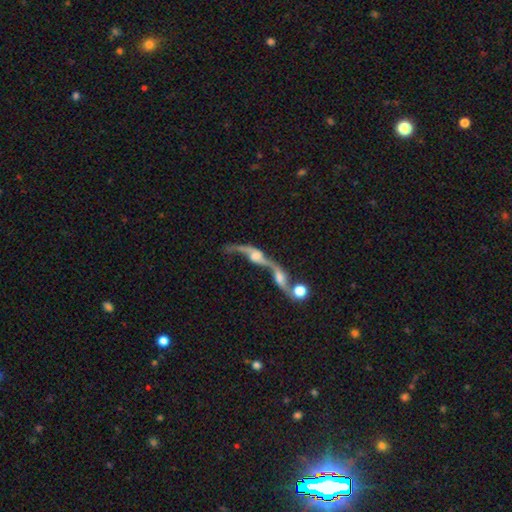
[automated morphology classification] type=featured or disk (70%); edge-on=no (65%); merging=merger (68%).